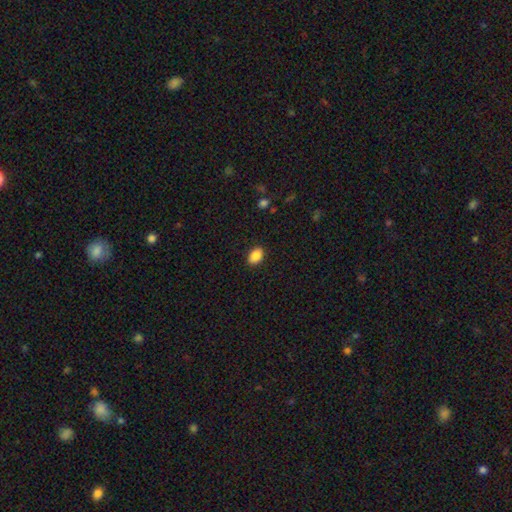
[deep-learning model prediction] Smooth or featured? smooth (88%)
How rounded? in between (84%)
Merging? none (88%)